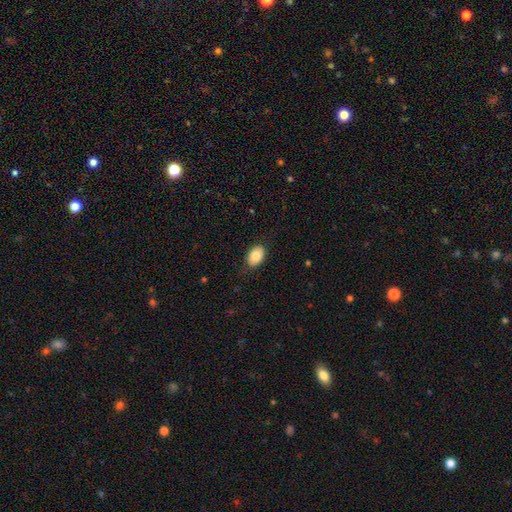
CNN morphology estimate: smooth-or-featured: smooth: 83% | featured or disk: 10% | star or artifact: 7%
  how-rounded: in between: 86% | round: 13% | cigar-shaped: 1%
  merging: none: 82% | minor disturbance: 14% | major disturbance: 3% | merger: 1%